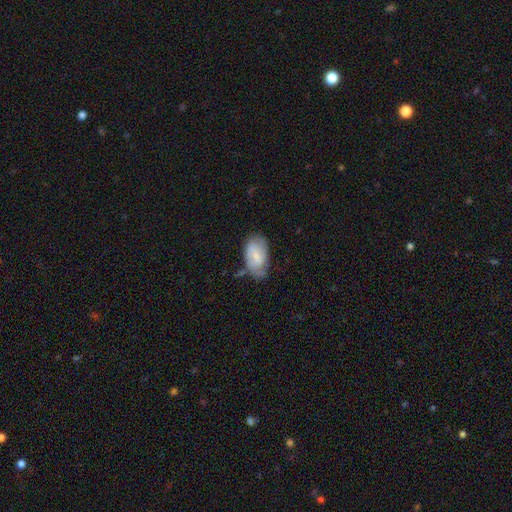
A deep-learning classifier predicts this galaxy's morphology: Overall: featured or disk (47%; smooth 46%). Merging: none (52%; minor disturbance 32%).